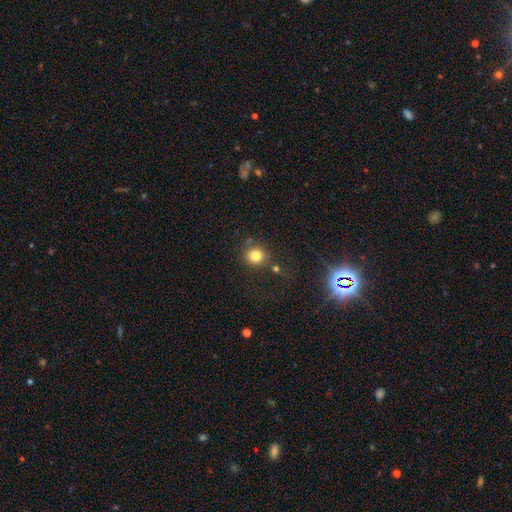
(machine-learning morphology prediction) type=smooth (80%); roundness=round (89%); merging=none (74%).